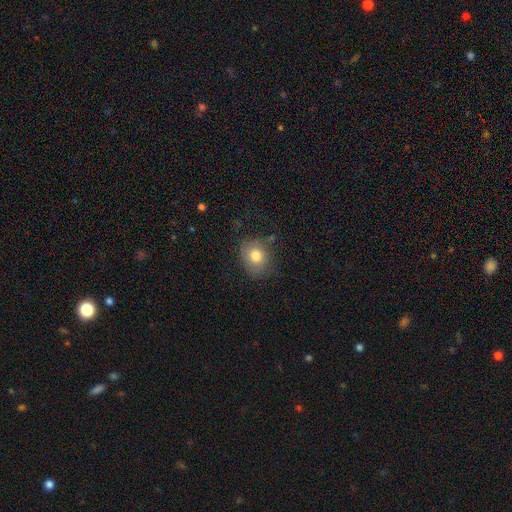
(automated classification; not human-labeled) This is likely a smooth galaxy (78%). How rounded: likely round (65%). Merging: likely none (70%).